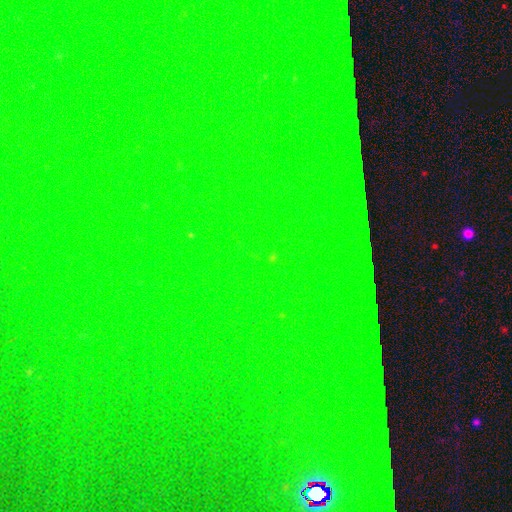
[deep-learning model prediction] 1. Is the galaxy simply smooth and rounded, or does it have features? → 85% star or artifact, 8% smooth, 7% featured or disk.